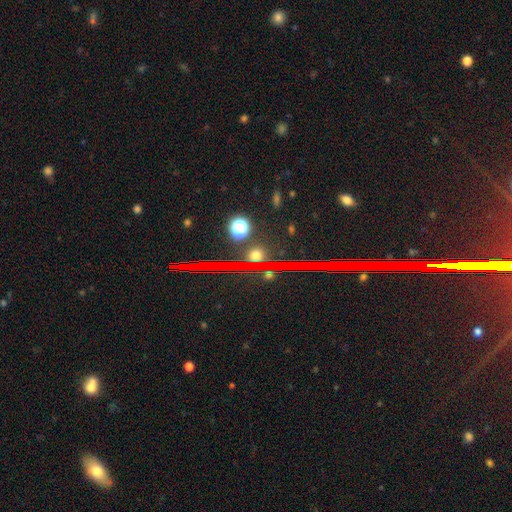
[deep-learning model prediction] This appears to be a star or artifact, not a galaxy (62%).